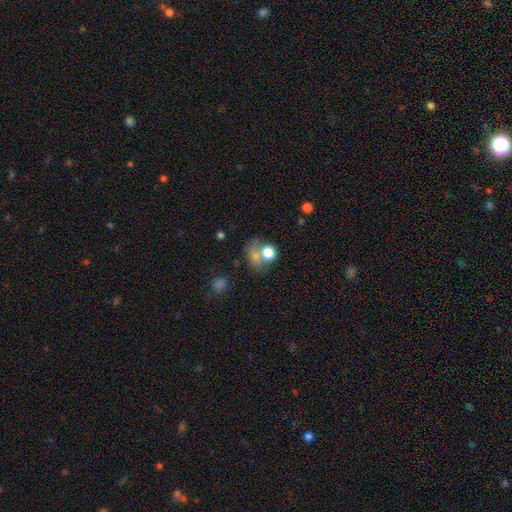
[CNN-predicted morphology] Smooth or featured? Predicted: smooth (p=0.68). How rounded? Predicted: round (p=0.62). Merging? Predicted: none (p=0.41).